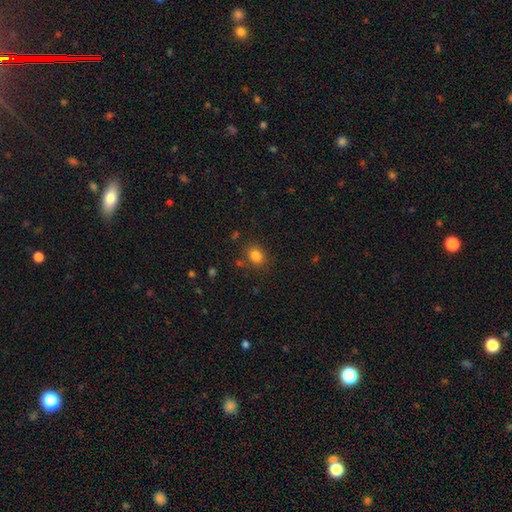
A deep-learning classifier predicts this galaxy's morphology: This appears to be a smooth galaxy with no disk features (83%) that is round (51%). Merging: none (81%).